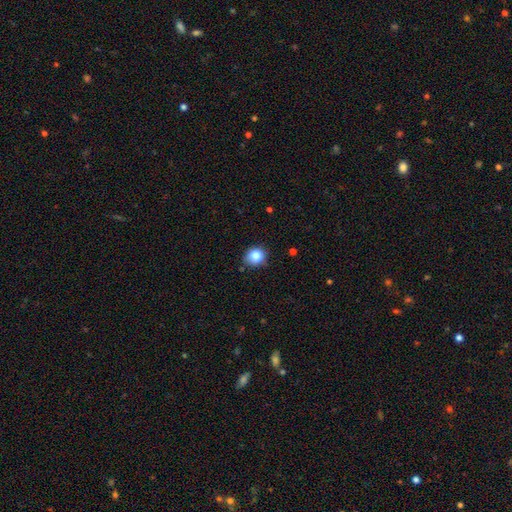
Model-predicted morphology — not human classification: type=smooth (83%); roundness=round (76%); merging=none (78%).